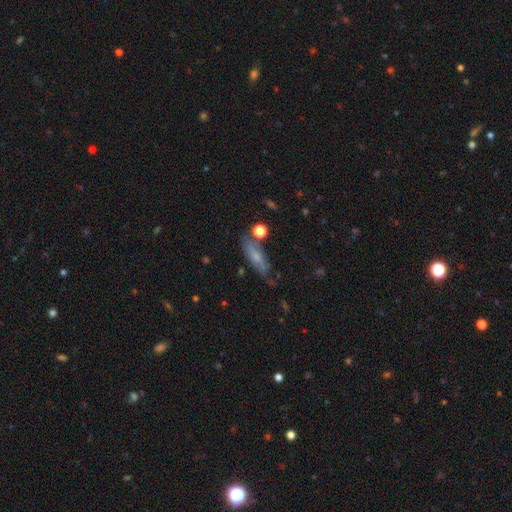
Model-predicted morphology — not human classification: Q: Smooth or featured?
A: smooth (58%); runner-up: featured or disk (33%)
Q: How rounded?
A: cigar-shaped (53%); runner-up: in between (43%)
Q: Merging?
A: none (63%); runner-up: minor disturbance (22%)